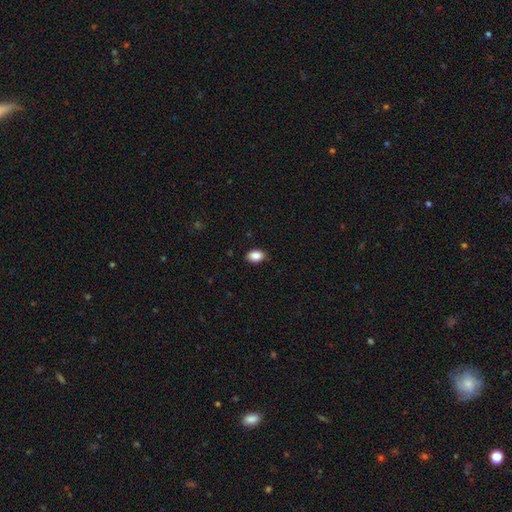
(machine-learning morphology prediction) smooth-or-featured: smooth: 88% | star or artifact: 8% | featured or disk: 4%
  how-rounded: in between: 83% | round: 15% | cigar-shaped: 1%
  merging: none: 87% | minor disturbance: 10% | major disturbance: 2% | merger: 1%